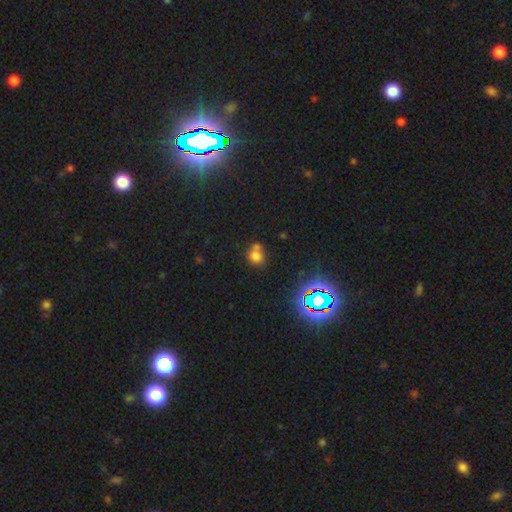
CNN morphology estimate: A smooth galaxy with no disk features (68%) that is round (68%).

Vote fractions:
- Smooth or featured? smooth: 68% / star or artifact: 20% / featured or disk: 12%
- How rounded? round: 68% / in between: 31% / cigar-shaped: 1%
- Merging? none: 43% / merger: 36% / minor disturbance: 15% / major disturbance: 6%